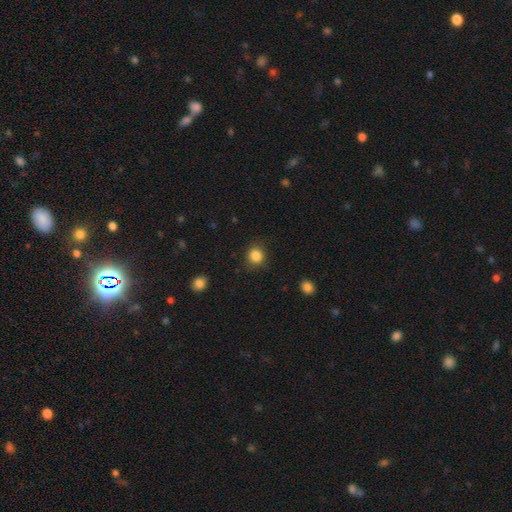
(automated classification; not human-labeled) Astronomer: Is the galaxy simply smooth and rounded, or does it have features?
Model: smooth — 86%.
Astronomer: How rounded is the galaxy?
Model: round — 86%.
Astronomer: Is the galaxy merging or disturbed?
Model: none — 86%.